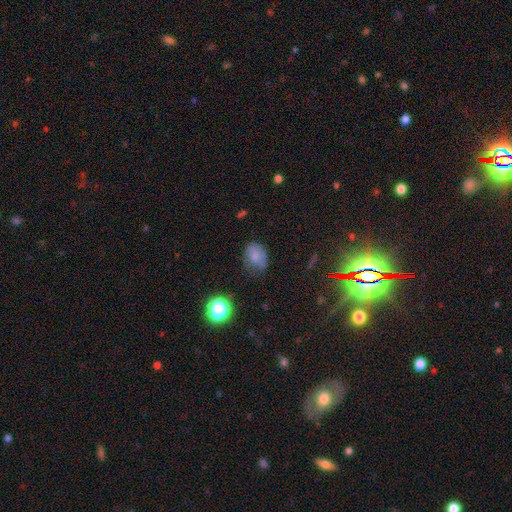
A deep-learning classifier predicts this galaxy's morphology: type=smooth (70%); roundness=in between (63%); merging=none (55%).